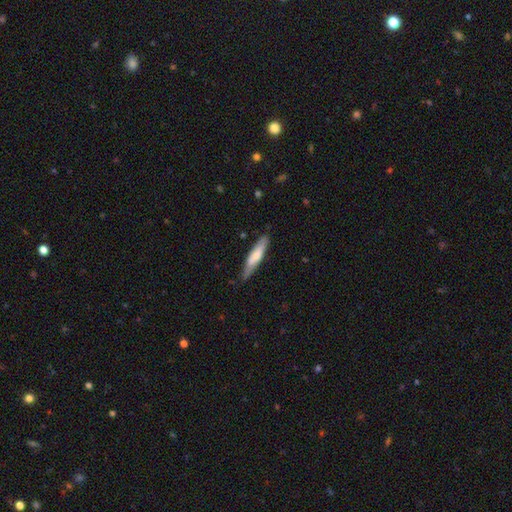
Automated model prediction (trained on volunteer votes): A smooth galaxy with no disk features (62%) that is cigar-shaped (84%).

Vote fractions:
- Smooth or featured? smooth: 62% / featured or disk: 33% / star or artifact: 5%
- How rounded? cigar-shaped: 84% / in between: 15% / round: 1%
- Merging? none: 78% / minor disturbance: 17% / major disturbance: 3% / merger: 2%